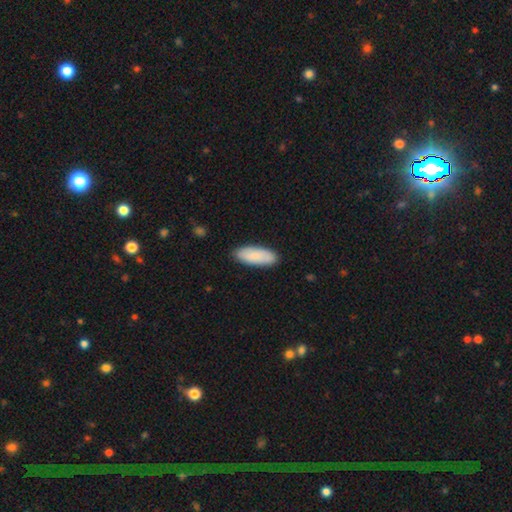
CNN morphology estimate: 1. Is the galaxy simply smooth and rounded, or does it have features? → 83% smooth, 12% featured or disk, 5% star or artifact.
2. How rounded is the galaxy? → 79% in between, 20% cigar-shaped, 2% round.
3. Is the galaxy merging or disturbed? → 88% none, 10% minor disturbance, 2% major disturbance, 1% merger.